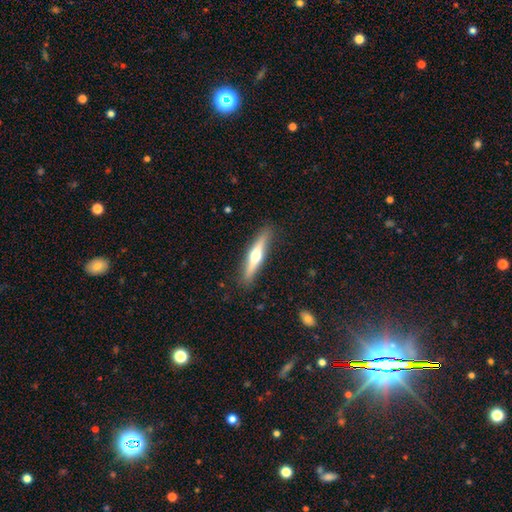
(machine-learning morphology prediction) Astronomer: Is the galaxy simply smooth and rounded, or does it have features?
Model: featured or disk — 60%.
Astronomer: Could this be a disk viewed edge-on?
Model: yes — 95%.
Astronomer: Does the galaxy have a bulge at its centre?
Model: rounded — 93%.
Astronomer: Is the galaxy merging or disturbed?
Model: none — 89%.